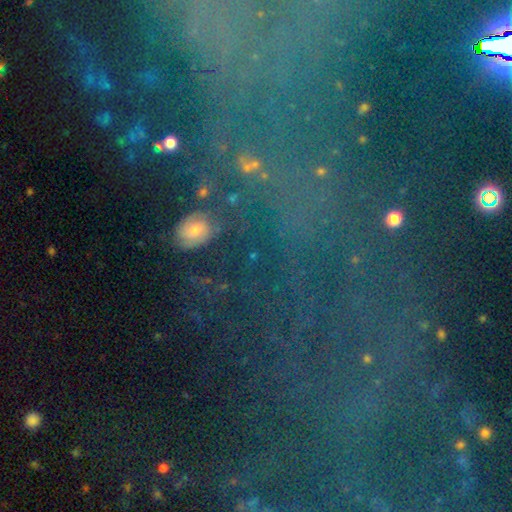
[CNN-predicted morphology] Smooth or featured? star or artifact (53%)